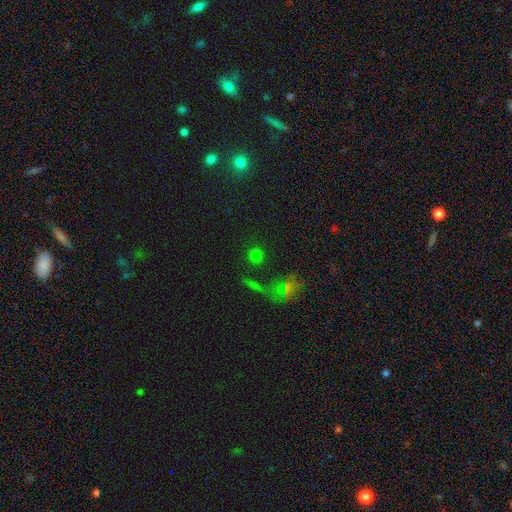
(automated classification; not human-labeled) This appears to be a smooth galaxy with no disk features (67%) that is round (90%). Merging: none (80%).